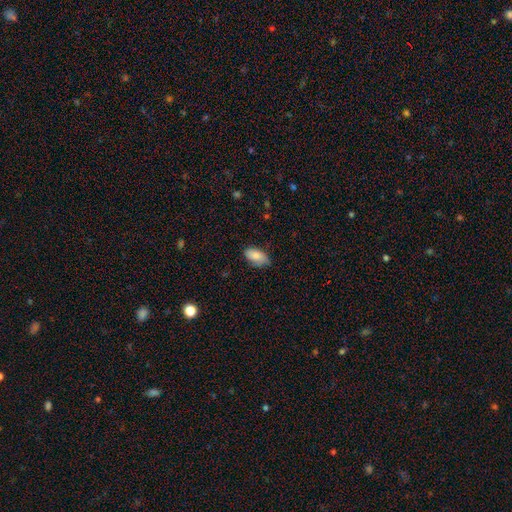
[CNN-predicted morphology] Overall: smooth (81%). How rounded: in between (93%). Merging: none (68%).